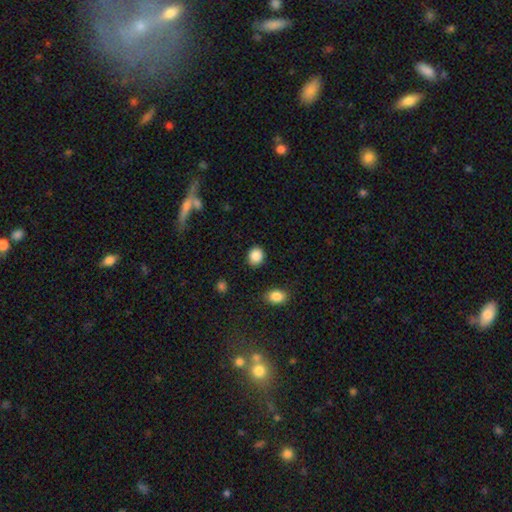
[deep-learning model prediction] A smooth galaxy with no disk features (88%) that is round (71%). Merging: none (87%).